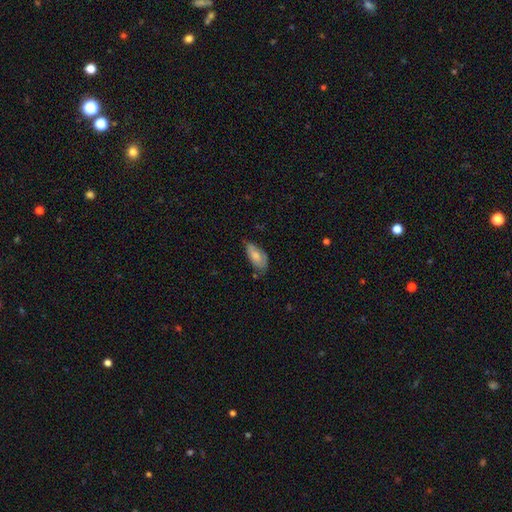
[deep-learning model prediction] smooth_or_featured: smooth (p=0.71) [alt: featured or disk p=0.23]
how_rounded: in between (p=0.89) [alt: cigar-shaped p=0.08]
merging: none (p=0.50) [alt: minor disturbance p=0.39]